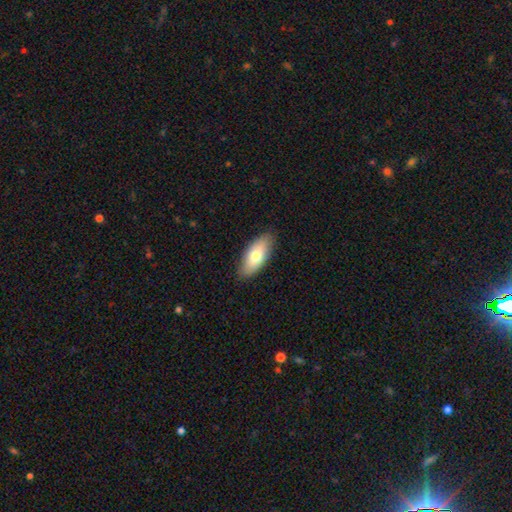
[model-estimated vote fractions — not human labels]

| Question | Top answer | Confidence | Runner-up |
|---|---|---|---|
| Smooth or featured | smooth | 72% | featured or disk (22%) |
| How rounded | in between | 84% | cigar-shaped (13%) |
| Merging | none | 86% | minor disturbance (11%) |